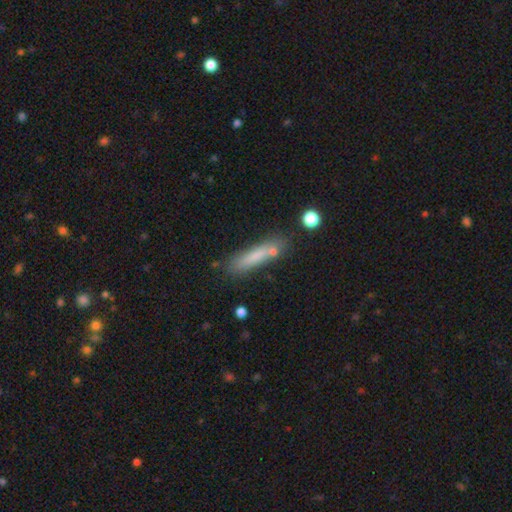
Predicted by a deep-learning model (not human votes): This appears to be a smooth galaxy with no disk features (74%) that is cigar-shaped (85%). Merging: none (73%).